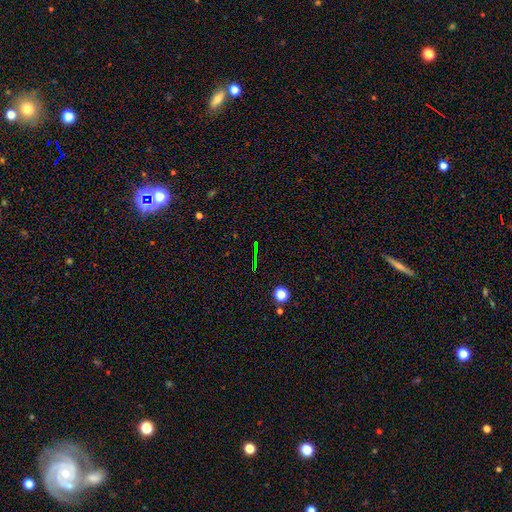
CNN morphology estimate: A star or artifact, not a galaxy (69%).